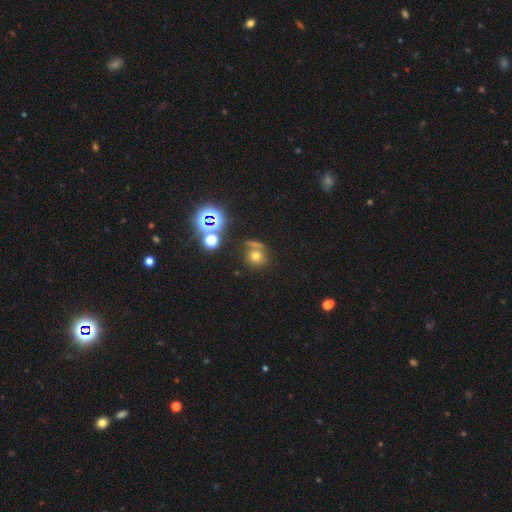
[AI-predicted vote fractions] This appears to be a smooth galaxy with no disk features (62%) that is round (80%). Merging: none (58%).